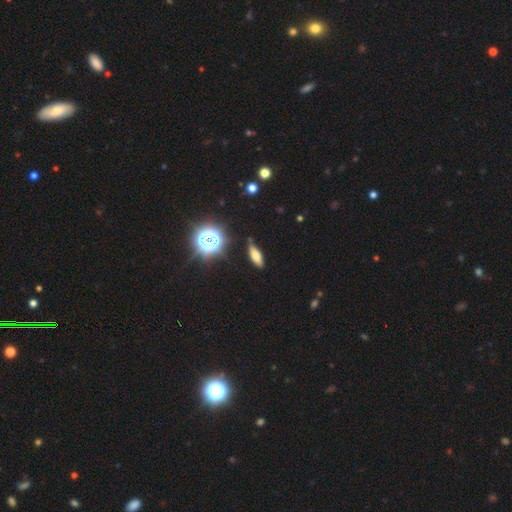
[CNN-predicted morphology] Smooth or featured? smooth (63%)
How rounded? in between (56%)
Merging? none (76%)